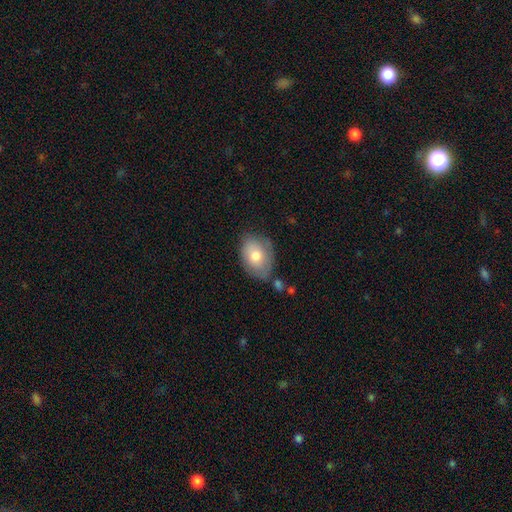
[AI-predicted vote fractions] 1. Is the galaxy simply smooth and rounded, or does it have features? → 74% smooth, 19% featured or disk, 7% star or artifact.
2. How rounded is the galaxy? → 78% in between, 21% round, 1% cigar-shaped.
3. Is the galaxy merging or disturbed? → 64% none, 25% minor disturbance, 6% major disturbance, 6% merger.